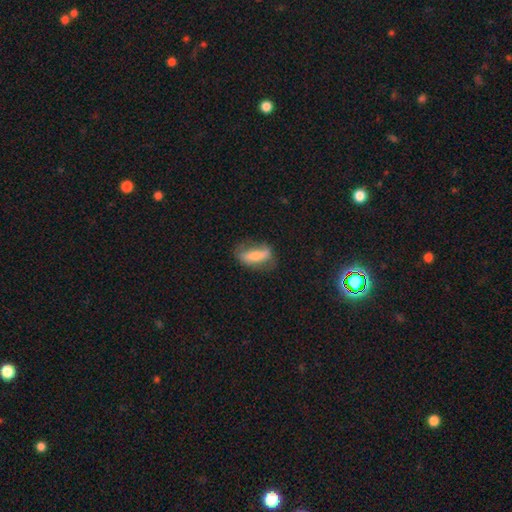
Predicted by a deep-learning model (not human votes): smooth 55%, featured or disk 38%, star or artifact 7%. Down the decision tree: how rounded — in between (70%); merging — none (59%).